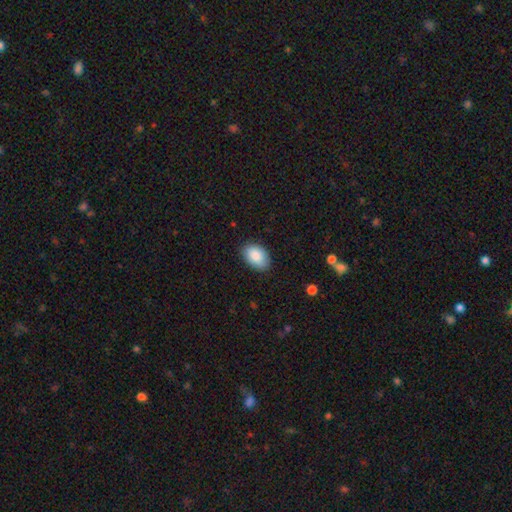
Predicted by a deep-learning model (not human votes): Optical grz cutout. It shows a smooth galaxy with no disk features (88%) that is in between round and cigar-shaped (90%). Merging: none (85%).